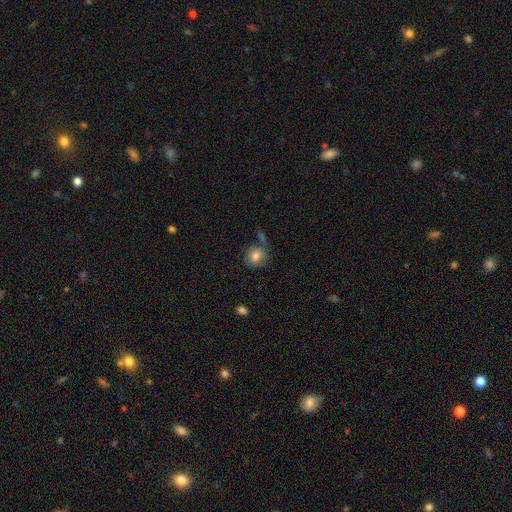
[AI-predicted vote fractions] smooth 82%, featured or disk 9%, star or artifact 9%. Down the decision tree: how rounded — round (83%); merging — none (71%).